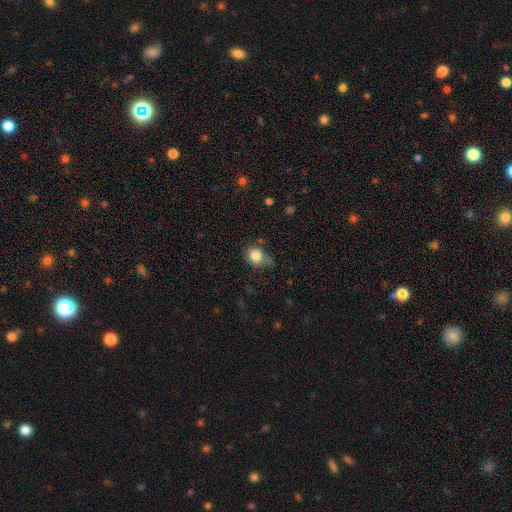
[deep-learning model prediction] smooth-or-featured: smooth: 83% | star or artifact: 10% | featured or disk: 7%
  how-rounded: round: 61% | in between: 38% | cigar-shaped: 1%
  merging: none: 53% | minor disturbance: 33% | major disturbance: 9% | merger: 5%